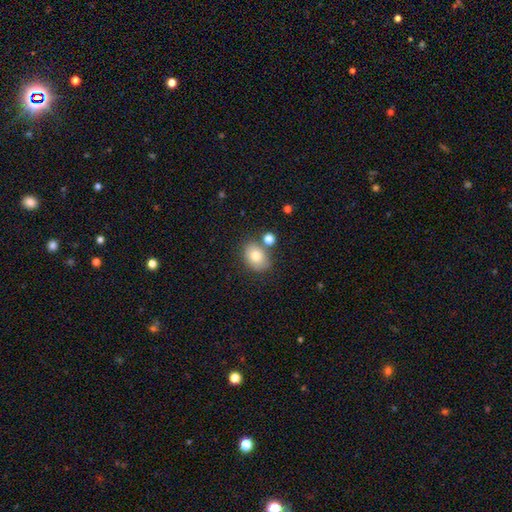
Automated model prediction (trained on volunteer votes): This is likely a smooth galaxy (78%). How rounded: likely in between (63%). Merging: likely none (69%).